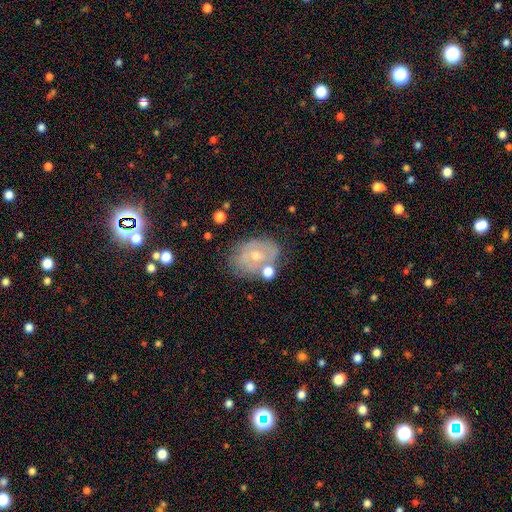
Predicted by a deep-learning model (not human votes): Smooth or featured?
  - featured or disk: 61% *
  - smooth: 30%
  - star or artifact: 9%
Edge-on disk?
  - no: 96% *
  - yes: 4%
Bar?
  - no: 68% *
  - weak: 26%
  - strong: 6%
Spiral arms?
  - yes: 56% *
  - no: 44%
Bulge size?
  - moderate: 52% *
  - small: 43%
  - none: 2%
  - large: 2%
  - dominant: 1%
Merging?
  - none: 58% *
  - minor disturbance: 22%
  - merger: 11%
  - major disturbance: 9%